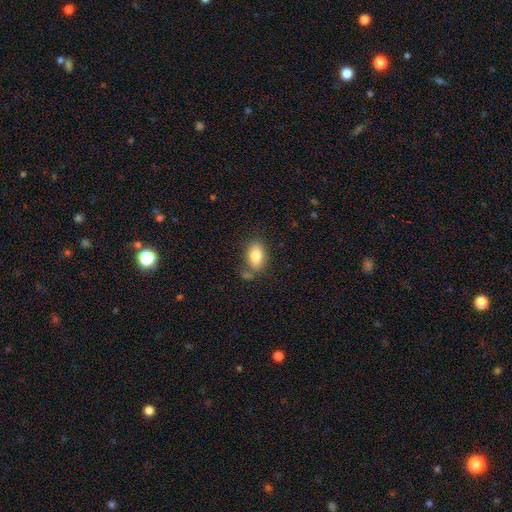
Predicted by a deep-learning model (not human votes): Smooth or featured? Predicted: smooth (p=0.81). How rounded? Predicted: in between (p=0.88). Merging? Predicted: none (p=0.71).